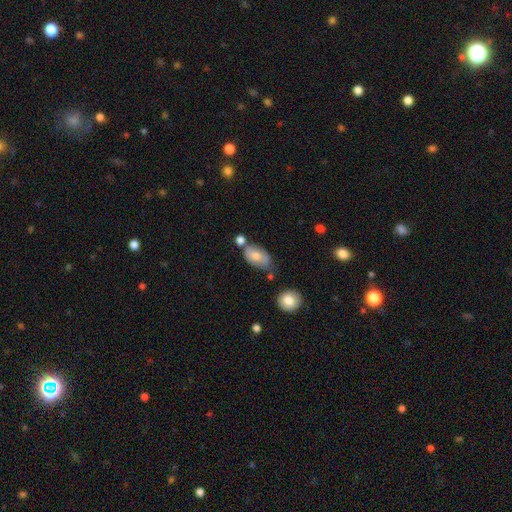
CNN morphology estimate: smooth 70%, featured or disk 23%, star or artifact 7%. Down the decision tree: how rounded — in between (90%); merging — none (44%).